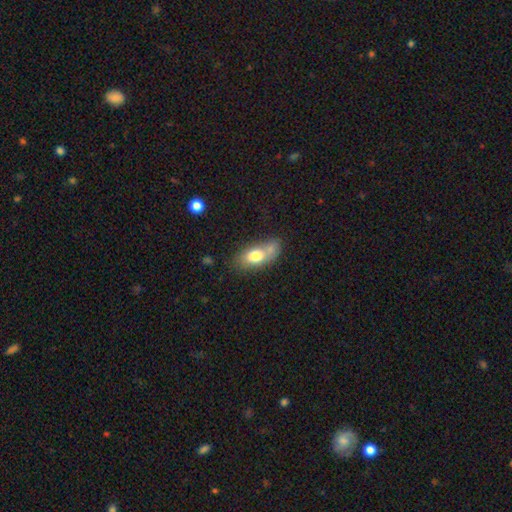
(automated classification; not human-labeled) This appears to be a smooth galaxy with no disk features (73%) that is in between round and cigar-shaped (84%). Merging: none (40%).